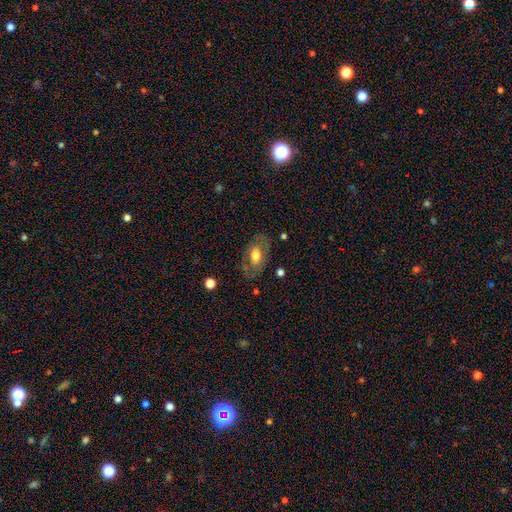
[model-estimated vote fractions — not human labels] Smooth or featured: smooth — 51% (featured or disk — 41%)
How rounded: in between — 88% (round — 9%)
Merging: none — 71% (minor disturbance — 18%)